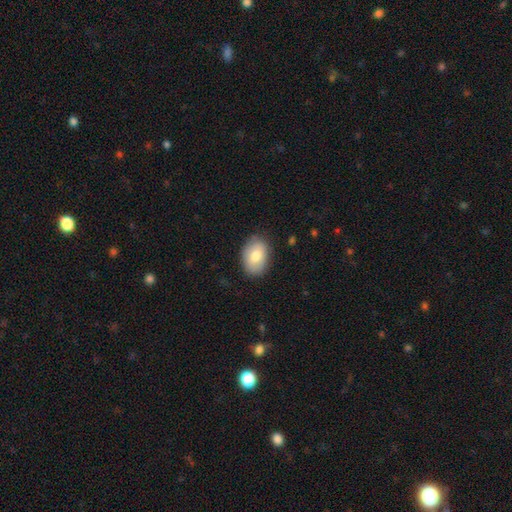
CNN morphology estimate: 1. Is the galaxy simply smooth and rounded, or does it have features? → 77% smooth, 17% featured or disk, 7% star or artifact.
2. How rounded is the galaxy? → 82% in between, 17% round, 1% cigar-shaped.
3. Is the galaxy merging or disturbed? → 82% none, 14% minor disturbance, 3% major disturbance, 1% merger.